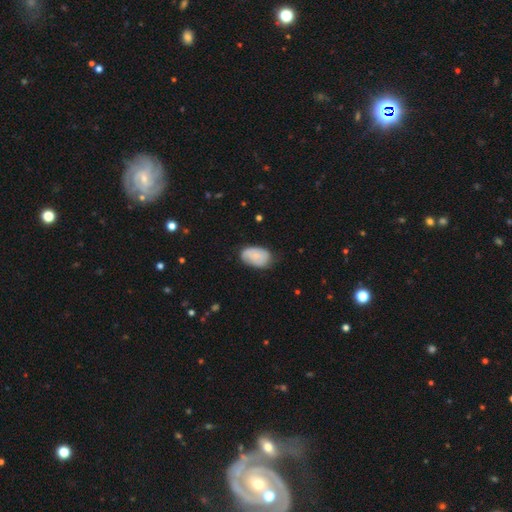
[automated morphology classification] Overall: smooth (65%; featured or disk 28%). How rounded: in between (90%). Merging: none (64%; minor disturbance 28%).